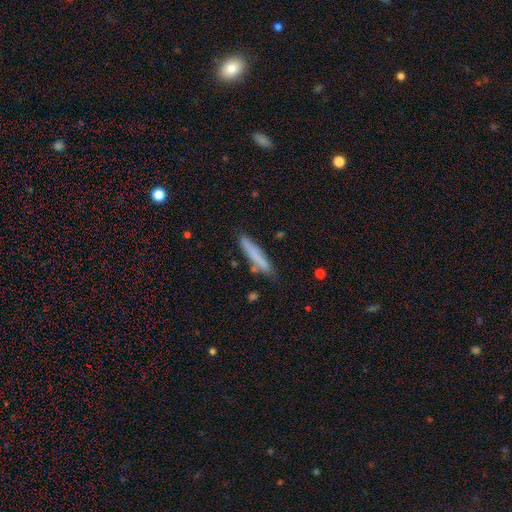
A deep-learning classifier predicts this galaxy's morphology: The model was most divided on "smooth or featured": smooth: 72%, featured or disk: 21%, star or artifact: 7%. More confident: how rounded — cigar-shaped (90%); merging — none (74%).